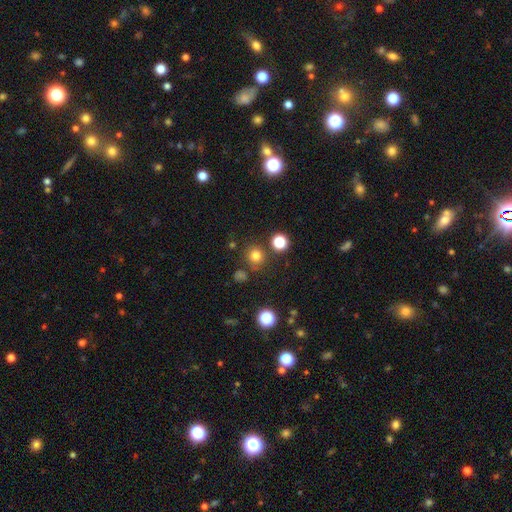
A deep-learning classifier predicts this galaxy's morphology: Q: Smooth or featured?
A: smooth (76%); runner-up: star or artifact (17%)
Q: How rounded?
A: round (91%); runner-up: in between (8%)
Q: Merging?
A: none (81%); runner-up: minor disturbance (8%)